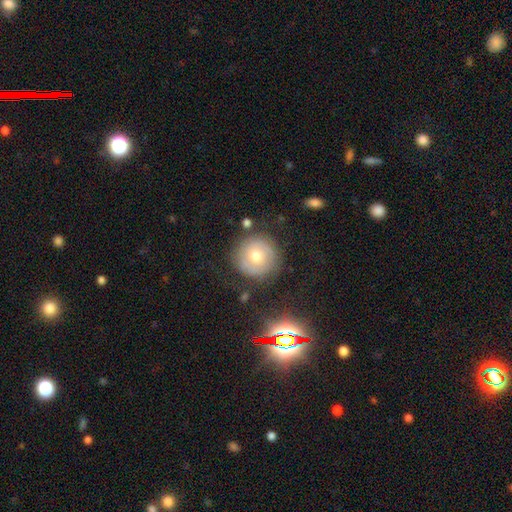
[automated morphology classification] A smooth galaxy with no disk features (54%) that is round (95%).

Vote fractions:
- Smooth or featured? smooth: 54% / featured or disk: 33% / star or artifact: 13%
- How rounded? round: 95% / in between: 4% / cigar-shaped: 1%
- Merging? none: 81% / minor disturbance: 12% / major disturbance: 4% / merger: 3%